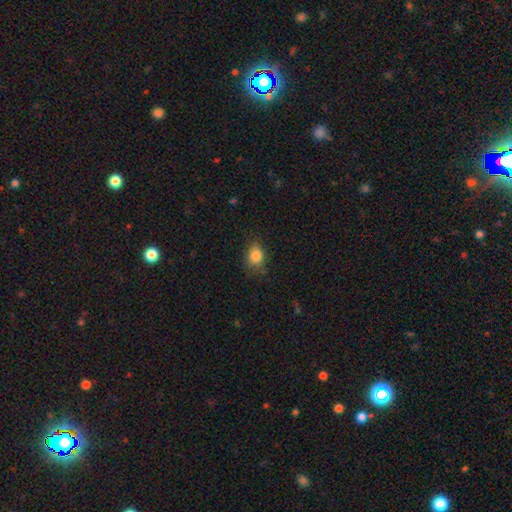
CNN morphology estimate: Overall: smooth (84%). How rounded: in between (59%; round 40%). Merging: none (76%).